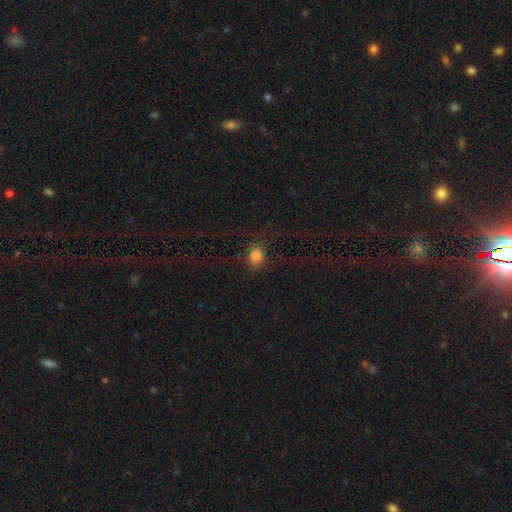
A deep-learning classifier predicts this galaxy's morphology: Overall: smooth (81%). How rounded: round (61%; in between 37%). Merging: none (76%).